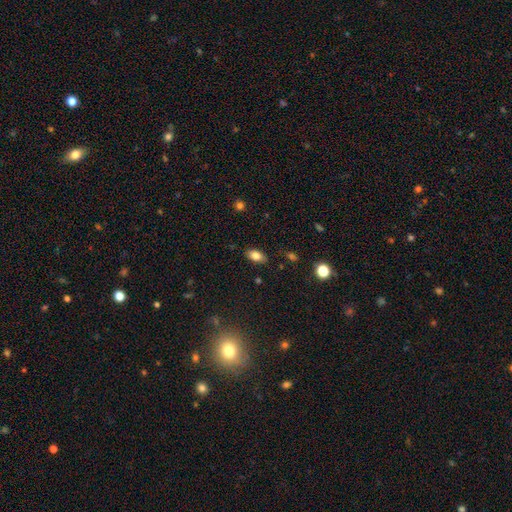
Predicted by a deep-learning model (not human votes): Q: Smooth or featured?
A: smooth (81%); runner-up: featured or disk (10%)
Q: How rounded?
A: in between (90%); runner-up: round (7%)
Q: Merging?
A: none (85%); runner-up: minor disturbance (11%)